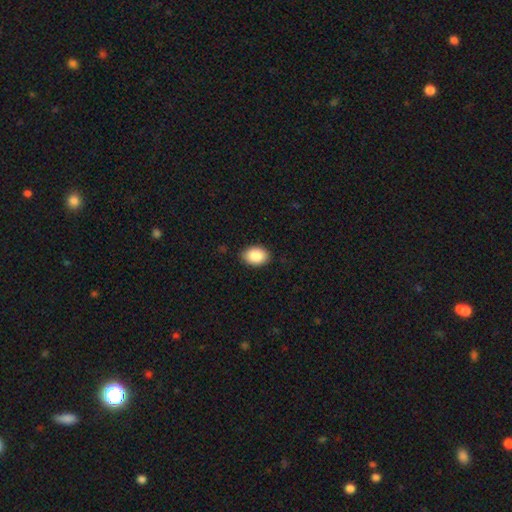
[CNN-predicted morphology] Overall: smooth (88%). How rounded: in between (79%). Merging: none (88%).